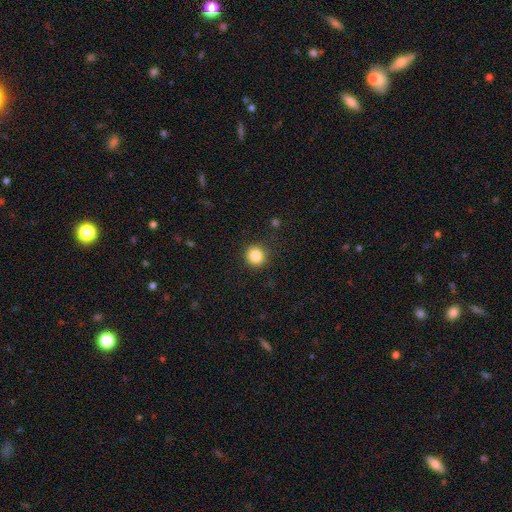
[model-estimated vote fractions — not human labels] Smooth or featured: smooth — 85% (star or artifact — 10%)
How rounded: round — 92% (in between — 7%)
Merging: none — 90% (minor disturbance — 6%)